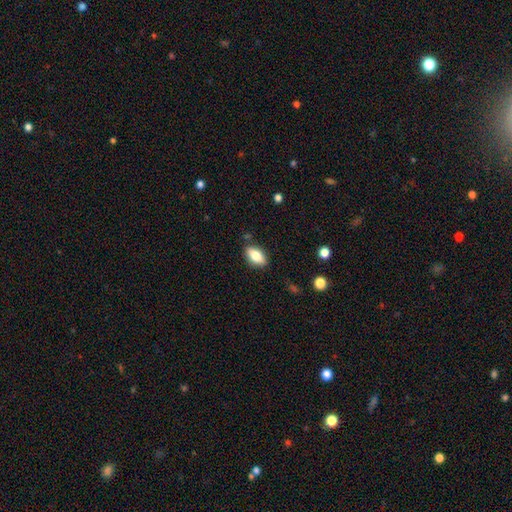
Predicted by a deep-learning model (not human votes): Overall: smooth (76%). How rounded: in between (88%). Merging: none (84%).